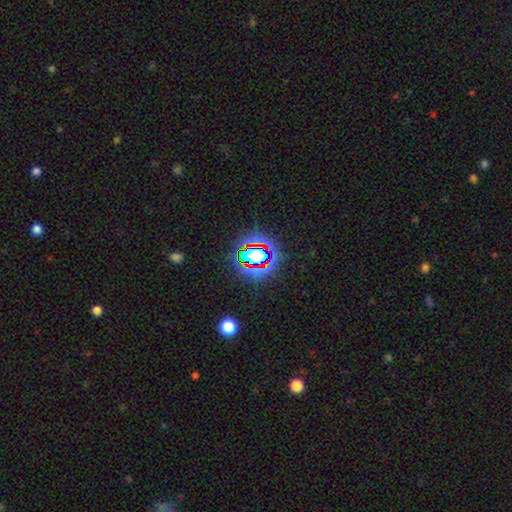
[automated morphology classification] Smooth or featured? Predicted: star or artifact (p=0.66).